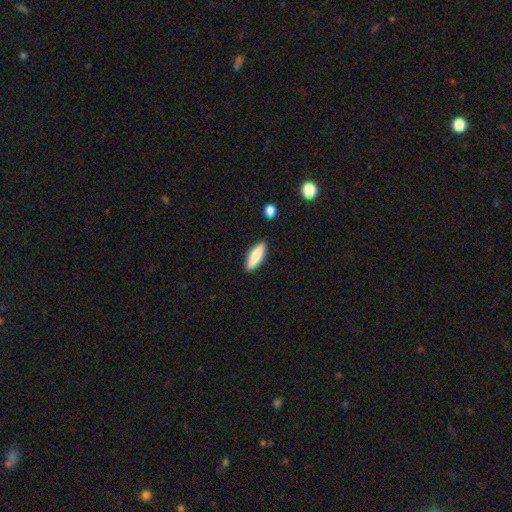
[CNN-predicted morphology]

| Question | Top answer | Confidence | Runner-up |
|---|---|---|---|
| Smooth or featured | smooth | 79% | featured or disk (15%) |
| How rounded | cigar-shaped | 53% | in between (45%) |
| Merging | none | 88% | minor disturbance (8%) |